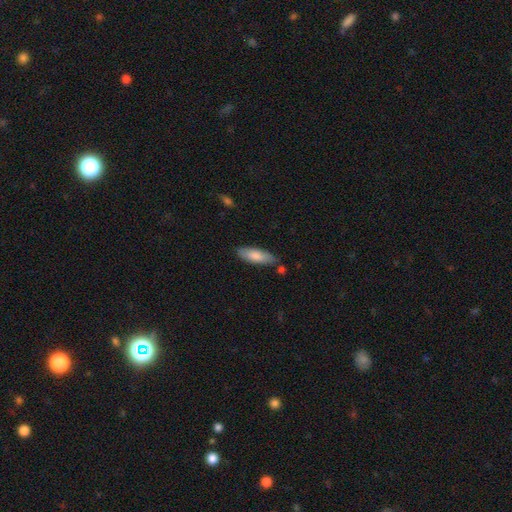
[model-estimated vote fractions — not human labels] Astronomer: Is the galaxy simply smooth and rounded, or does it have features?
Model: smooth — 81%.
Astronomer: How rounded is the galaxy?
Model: in between — 59% (runner-up: cigar-shaped, 40%).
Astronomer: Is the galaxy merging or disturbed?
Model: none — 77%.